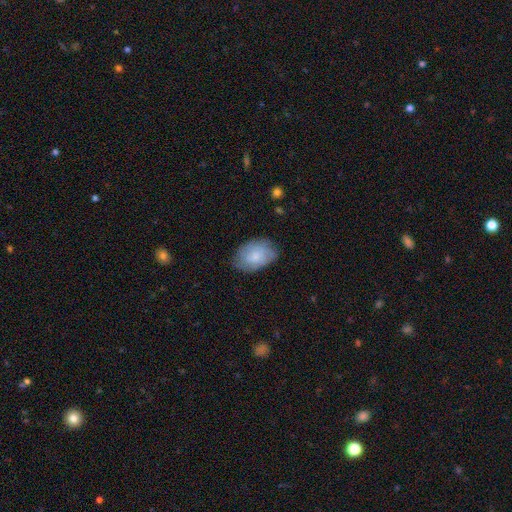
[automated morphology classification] Smooth or featured? smooth (72%)
How rounded? in between (87%)
Merging? none (73%)